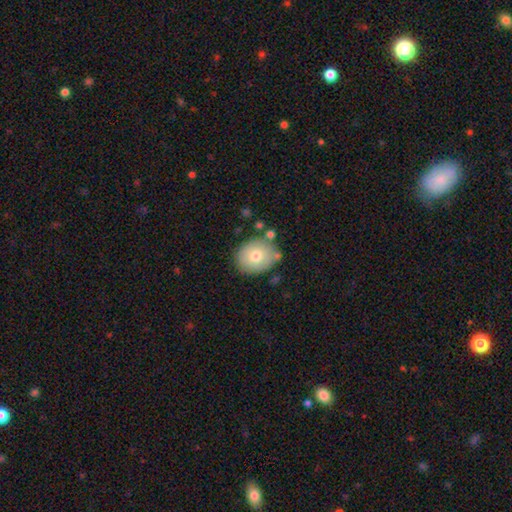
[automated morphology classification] Smooth or featured?
  - smooth: 72% *
  - featured or disk: 19%
  - star or artifact: 9%
How rounded?
  - round: 61% *
  - in between: 38%
  - cigar-shaped: 1%
Merging?
  - none: 77% *
  - minor disturbance: 13%
  - merger: 6%
  - major disturbance: 3%